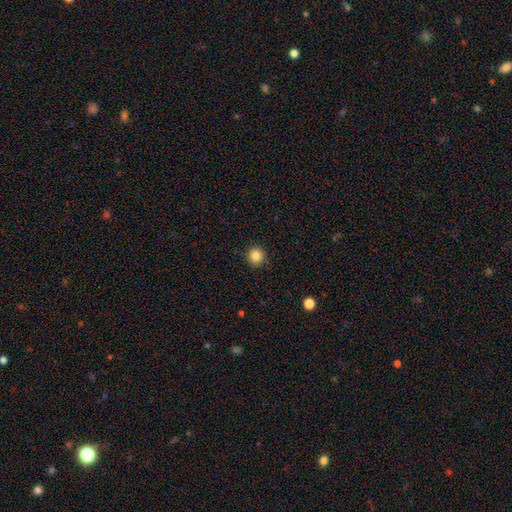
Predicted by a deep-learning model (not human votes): Morphology: type=smooth (86%); roundness=round (94%); merging=none (91%).